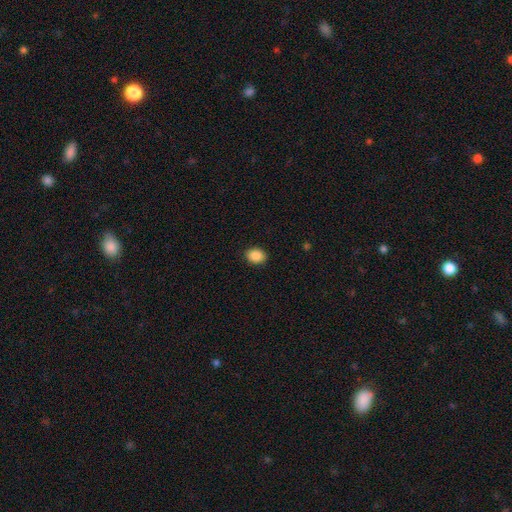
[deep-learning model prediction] Smooth or featured? Predicted: smooth (p=0.89). How rounded? Predicted: in between (p=0.62). Merging? Predicted: none (p=0.90).